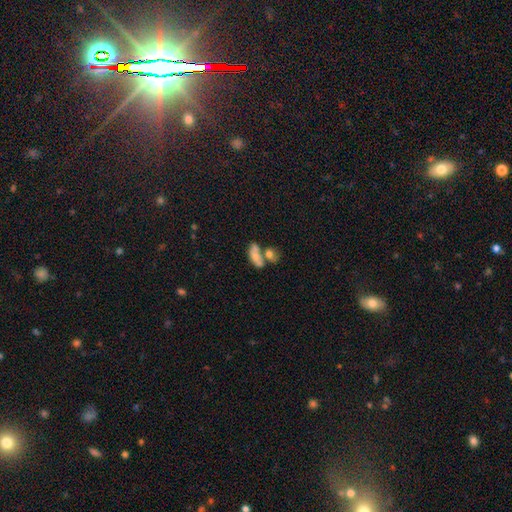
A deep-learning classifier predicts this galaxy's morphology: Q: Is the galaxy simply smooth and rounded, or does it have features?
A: smooth — 65%.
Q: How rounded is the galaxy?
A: in between — 81%.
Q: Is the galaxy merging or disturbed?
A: merger — 54%.